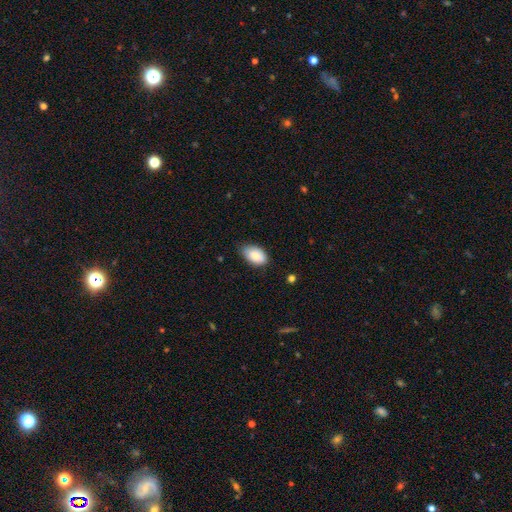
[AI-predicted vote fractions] This appears to be a smooth galaxy with no disk features (85%) that is in between round and cigar-shaped (92%). Merging: none (72%).